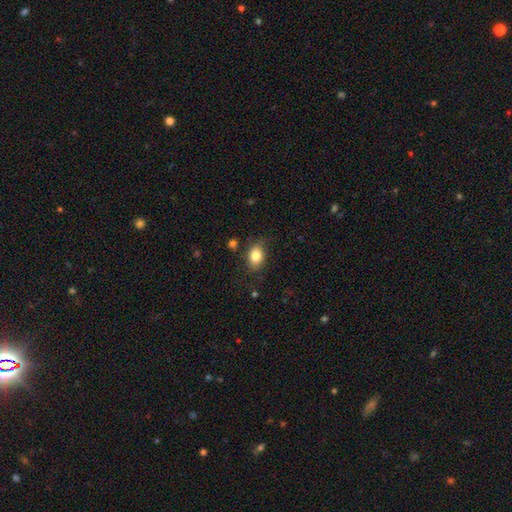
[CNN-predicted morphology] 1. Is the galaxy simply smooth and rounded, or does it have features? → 83% smooth, 9% featured or disk, 9% star or artifact.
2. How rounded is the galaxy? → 76% in between, 22% round, 1% cigar-shaped.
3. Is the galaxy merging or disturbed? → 76% none, 17% minor disturbance, 5% major disturbance, 2% merger.